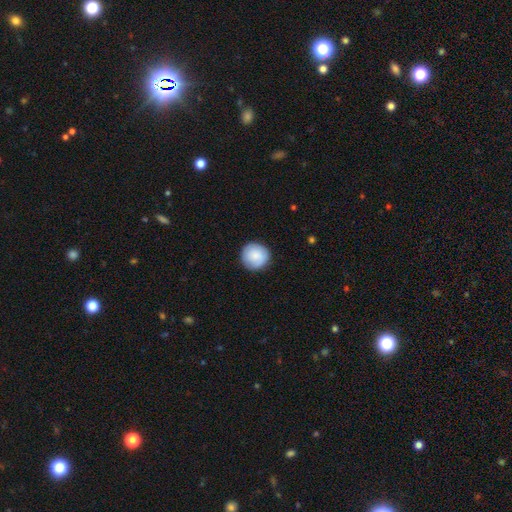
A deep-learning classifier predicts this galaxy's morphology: This appears to be a smooth galaxy with no disk features (84%) that is round (94%). Merging: none (88%).